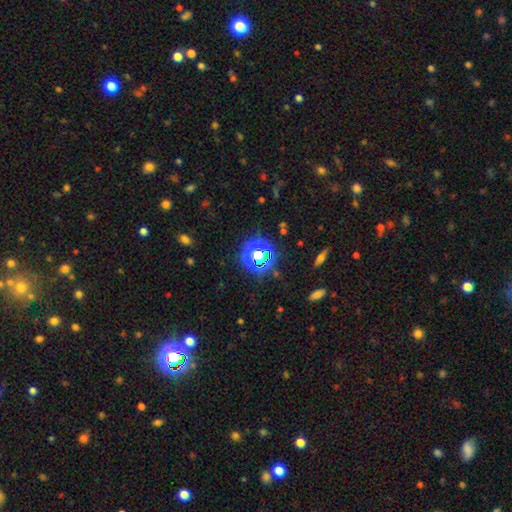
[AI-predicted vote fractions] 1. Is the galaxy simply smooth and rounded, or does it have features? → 60% star or artifact, 31% smooth, 9% featured or disk.